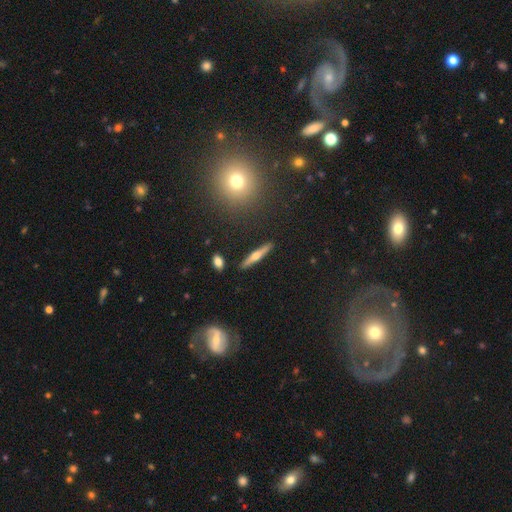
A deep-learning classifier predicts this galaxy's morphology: A featured or disk galaxy (63%) viewed edge-on (96%) with a rounded central bulge (90%).

Vote fractions:
- Smooth or featured? featured or disk: 63% / smooth: 30% / star or artifact: 8%
- Edge-on disk? yes: 96% / no: 4%
- Edge-on bulge? rounded: 90% / none: 6% / boxy: 4%
- Merging? none: 90% / minor disturbance: 7% / merger: 2% / major disturbance: 2%